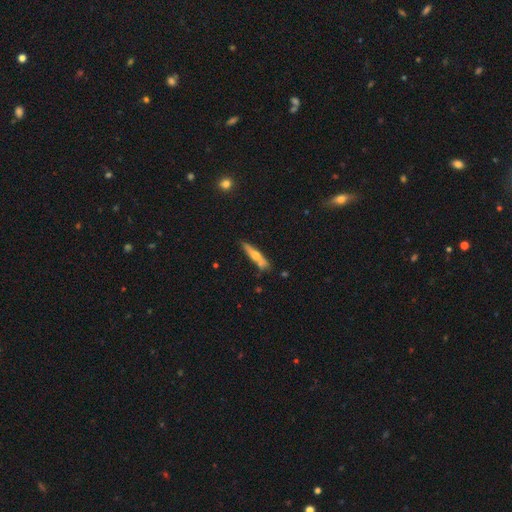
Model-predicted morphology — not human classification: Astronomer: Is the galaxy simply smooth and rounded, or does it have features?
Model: featured or disk — 51% (runner-up: smooth, 44%).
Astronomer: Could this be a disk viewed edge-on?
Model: yes — 91%.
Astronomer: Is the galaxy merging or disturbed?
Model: none — 70%.